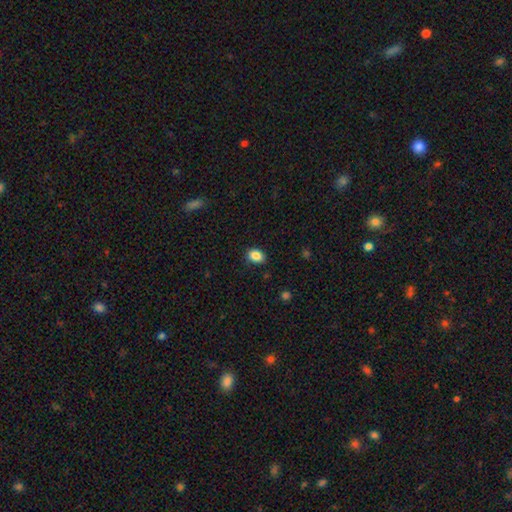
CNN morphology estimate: Smooth or featured?
  - smooth: 87% *
  - star or artifact: 9%
  - featured or disk: 5%
How rounded?
  - in between: 74% *
  - round: 25%
  - cigar-shaped: 1%
Merging?
  - none: 85% *
  - minor disturbance: 11%
  - major disturbance: 2%
  - merger: 1%